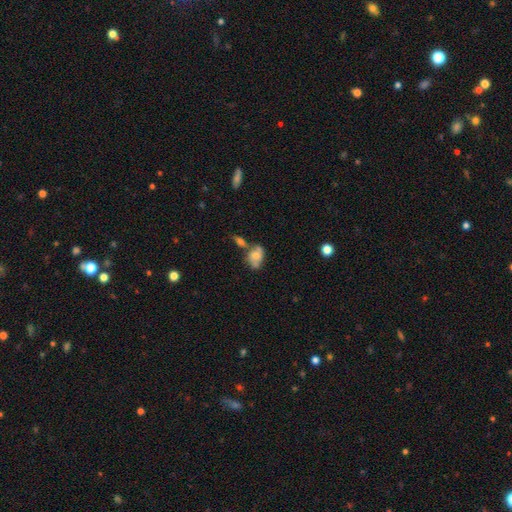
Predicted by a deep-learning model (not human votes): Q: Smooth or featured?
A: smooth (57%); runner-up: featured or disk (33%)
Q: How rounded?
A: in between (79%); runner-up: round (19%)
Q: Merging?
A: none (38%); runner-up: merger (32%)